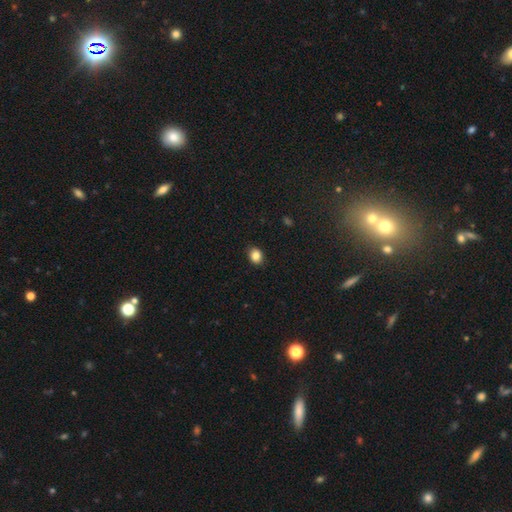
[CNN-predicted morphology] Smooth or featured? Predicted: smooth (p=0.85). How rounded? Predicted: round (p=0.52). Merging? Predicted: none (p=0.88).